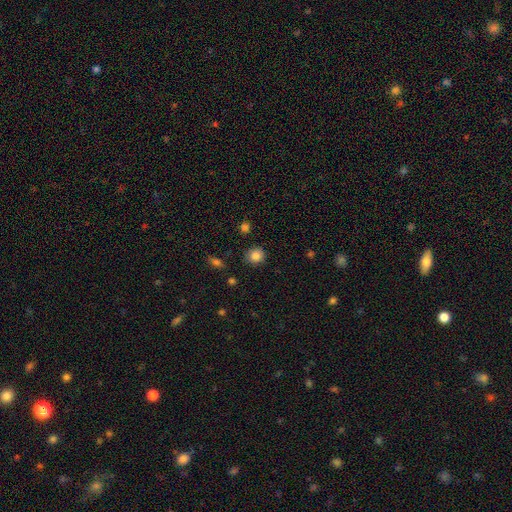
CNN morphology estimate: A smooth galaxy with no disk features (84%) that is round (85%). Merging: none (86%).